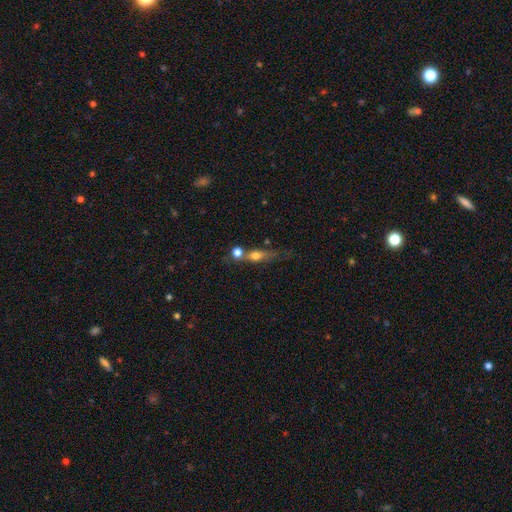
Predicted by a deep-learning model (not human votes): smooth-or-featured: smooth: 55% | featured or disk: 32% | star or artifact: 13%
  how-rounded: in between: 34% | cigar-shaped: 33% | round: 33%
  merging: merger: 42% | none: 36% | minor disturbance: 12% | major disturbance: 9%